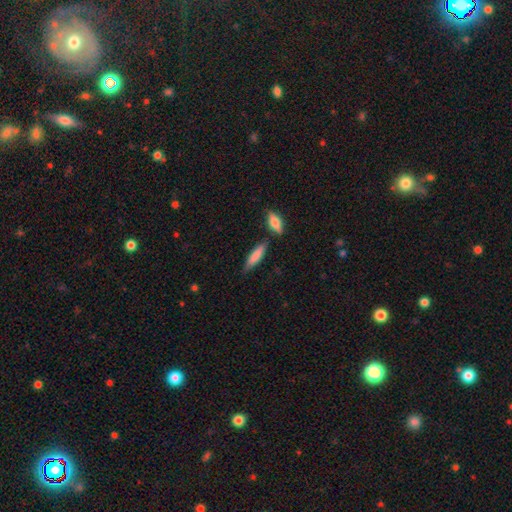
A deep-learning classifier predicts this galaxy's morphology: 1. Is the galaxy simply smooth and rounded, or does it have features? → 80% smooth, 14% featured or disk, 6% star or artifact.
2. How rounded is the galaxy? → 66% cigar-shaped, 32% in between, 2% round.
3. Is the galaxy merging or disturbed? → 72% none, 15% minor disturbance, 10% merger, 3% major disturbance.